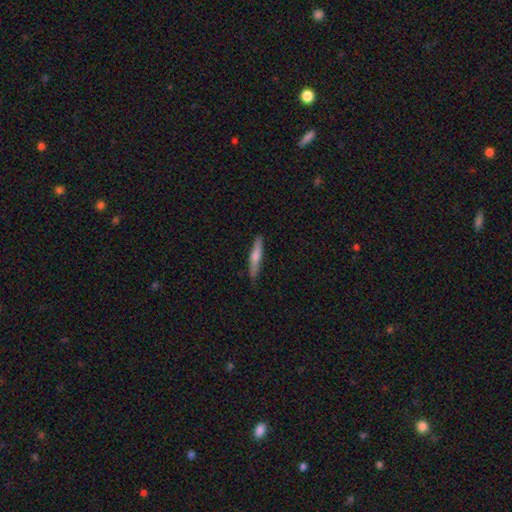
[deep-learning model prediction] smooth-or-featured: smooth: 62% | featured or disk: 32% | star or artifact: 5%
  how-rounded: cigar-shaped: 89% | in between: 9% | round: 2%
  merging: none: 84% | minor disturbance: 13% | major disturbance: 2% | merger: 1%